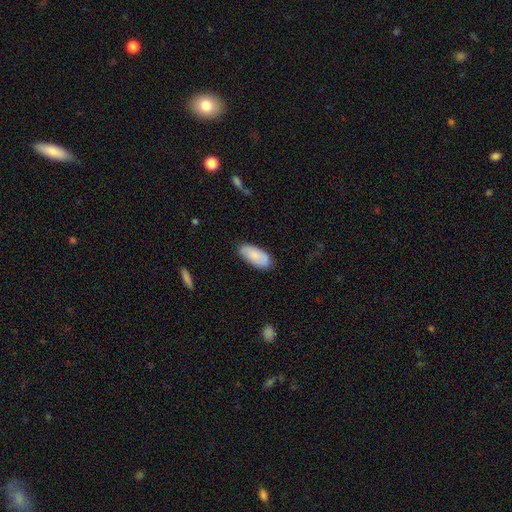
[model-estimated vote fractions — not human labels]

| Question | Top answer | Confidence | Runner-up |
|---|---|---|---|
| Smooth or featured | smooth | 83% | featured or disk (11%) |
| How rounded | in between | 90% | cigar-shaped (8%) |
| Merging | none | 81% | minor disturbance (15%) |